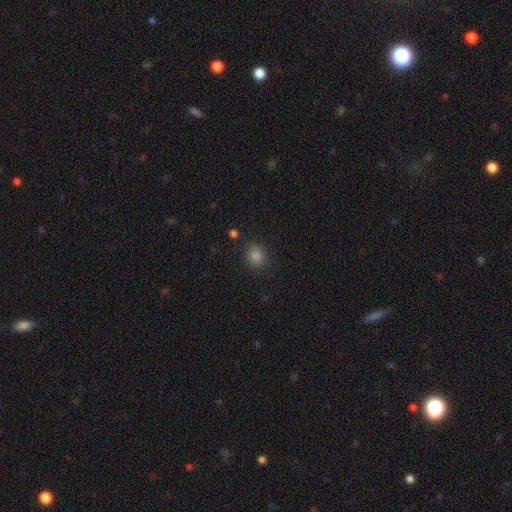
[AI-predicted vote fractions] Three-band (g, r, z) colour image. It shows a smooth galaxy with no disk features (80%) that is round (65%). Merging: none (87%).